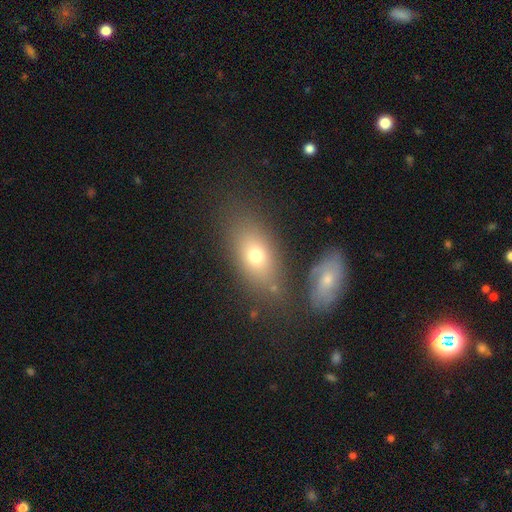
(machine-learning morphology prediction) A smooth galaxy with no disk features (70%) that is in between round and cigar-shaped (80%).

Vote fractions:
- Smooth or featured? smooth: 70% / featured or disk: 19% / star or artifact: 12%
- How rounded? in between: 80% / round: 13% / cigar-shaped: 8%
- Merging? none: 69% / minor disturbance: 13% / merger: 13% / major disturbance: 6%